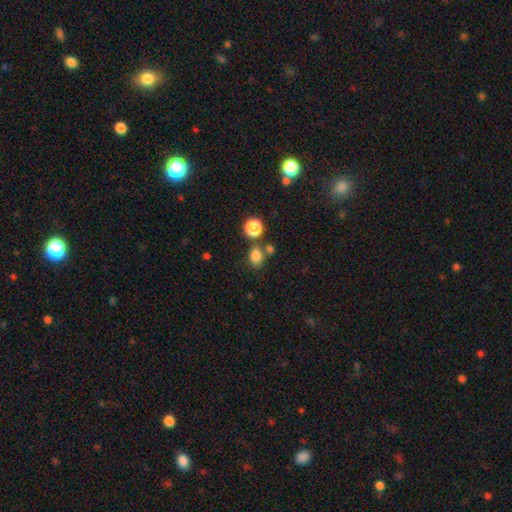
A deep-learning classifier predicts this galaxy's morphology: smooth 80%, star or artifact 14%, featured or disk 6%. Down the decision tree: how rounded — in between (60%); merging — none (65%).